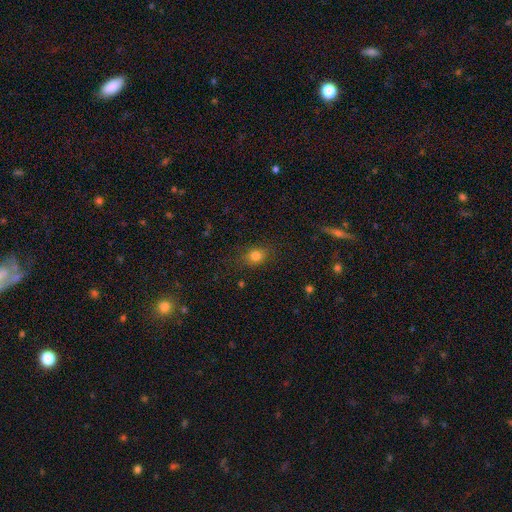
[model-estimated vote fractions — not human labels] Morphology: type=smooth (79%); roundness=in between (55%); merging=none (80%).